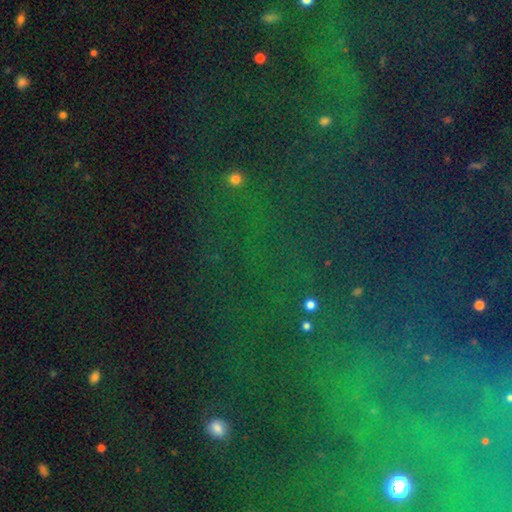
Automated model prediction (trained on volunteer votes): Smooth or featured: star or artifact — 76% (smooth — 13%)